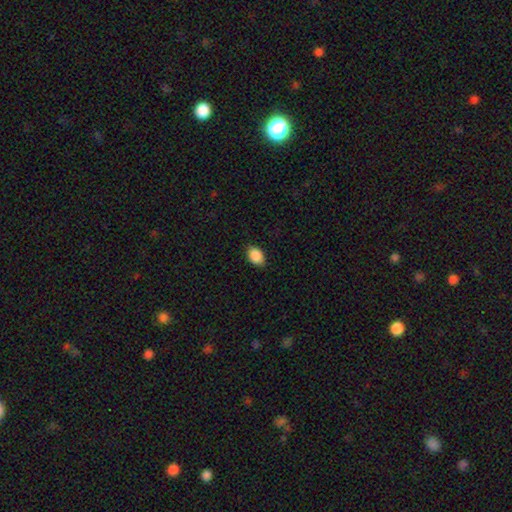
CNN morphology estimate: This appears to be a smooth galaxy with no disk features (89%) that is in between round and cigar-shaped (79%). Merging: none (84%).